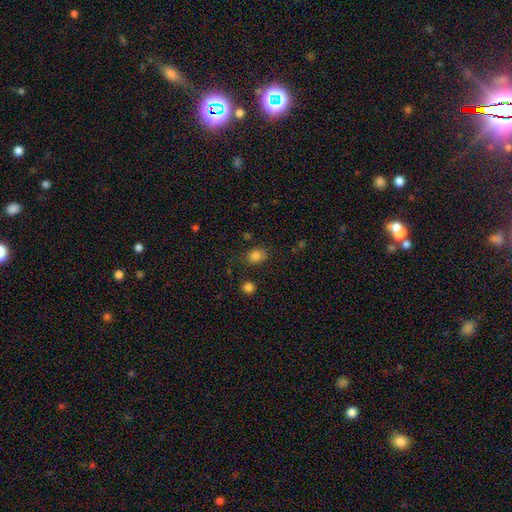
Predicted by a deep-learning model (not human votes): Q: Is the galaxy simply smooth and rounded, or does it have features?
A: smooth — 82%.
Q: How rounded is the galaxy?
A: round — 51%.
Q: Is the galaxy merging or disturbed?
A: none — 75%.